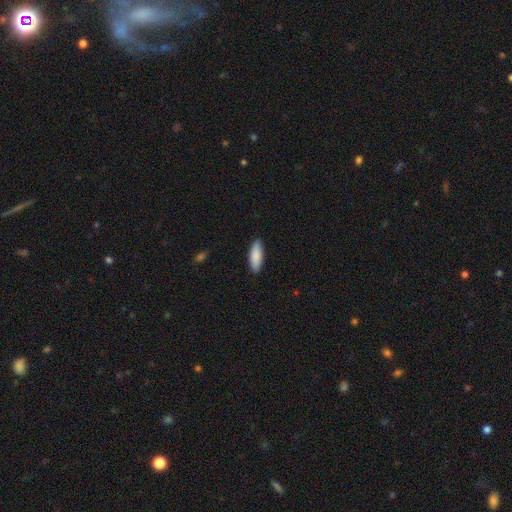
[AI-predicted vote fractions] Overall: smooth (87%). How rounded: in between (59%; cigar-shaped 39%). Merging: none (87%).